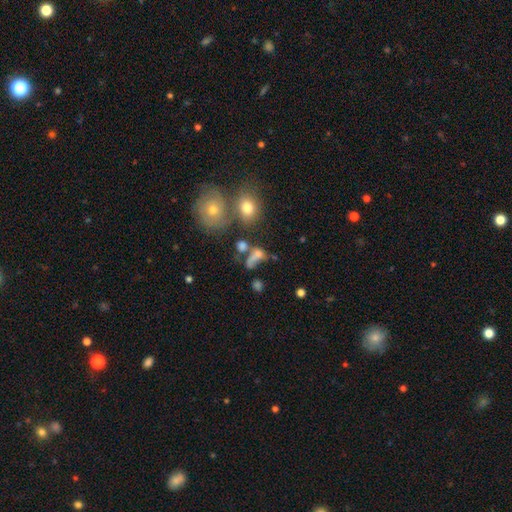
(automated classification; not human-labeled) smooth 58%, featured or disk 24%, star or artifact 18%. Down the decision tree: how rounded — in between (59%); merging — merger (36%).